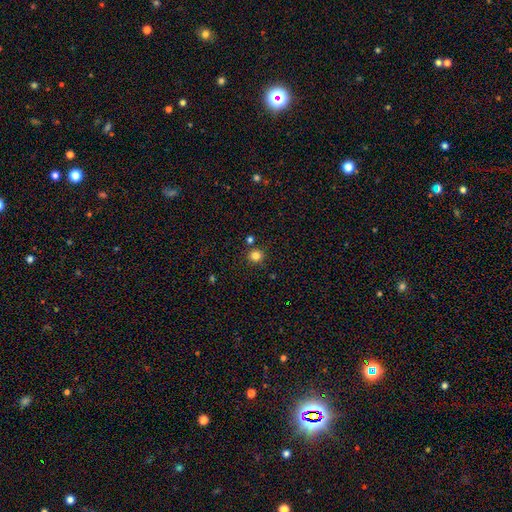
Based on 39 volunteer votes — Overall: smooth (92%). How rounded: round (97%). Merging: none (92%).